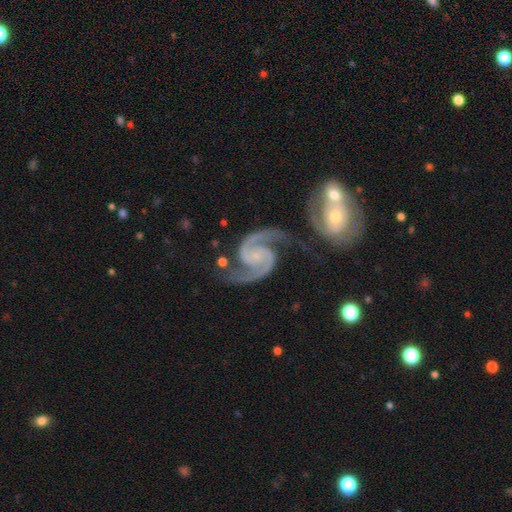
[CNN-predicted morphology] smooth-or-featured: featured or disk: 94% | star or artifact: 4% | smooth: 2%
  disk-edge-on: no: 98% | yes: 2%
    bar: no: 64% | weak: 26% | strong: 10%
    has-spiral-arms: yes: 99% | no: 1%
      spiral-winding: medium: 64% | tight: 18% | loose: 18%
      spiral-arm-count: 2: 95% | 3: 1% | can't tell: 1% | 1: 1% | 4: 1% | more than 4: 1%
    bulge-size: small: 66% | none: 20% | moderate: 11% | large: 2% | dominant: 1%
  merging: none: 63% | minor disturbance: 16% | merger: 13% | major disturbance: 8%